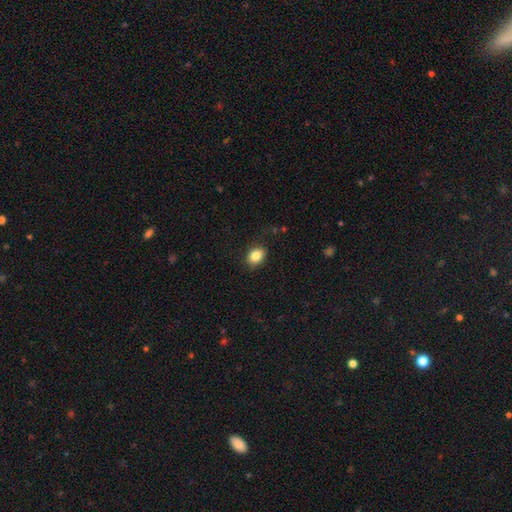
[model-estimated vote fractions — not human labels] smooth-or-featured: smooth: 84% | star or artifact: 9% | featured or disk: 7%
  how-rounded: in between: 67% | round: 32% | cigar-shaped: 1%
  merging: none: 84% | minor disturbance: 12% | major disturbance: 3% | merger: 1%